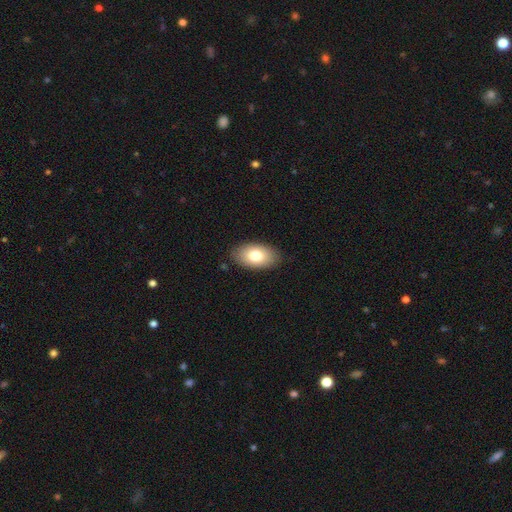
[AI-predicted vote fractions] Overall: smooth (75%). How rounded: in between (93%). Merging: none (86%).